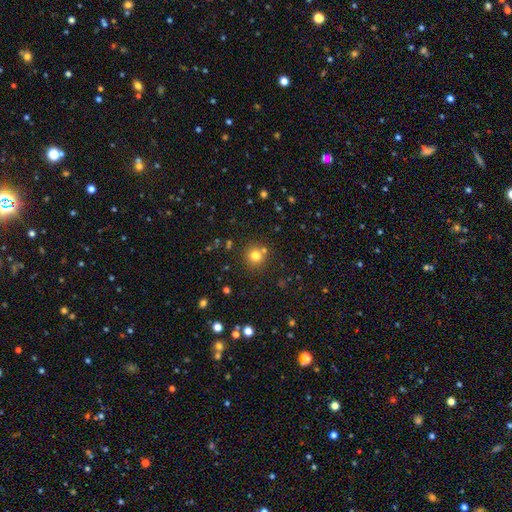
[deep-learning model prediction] A smooth galaxy with no disk features (76%) that is round (93%). Merging: none (77%).